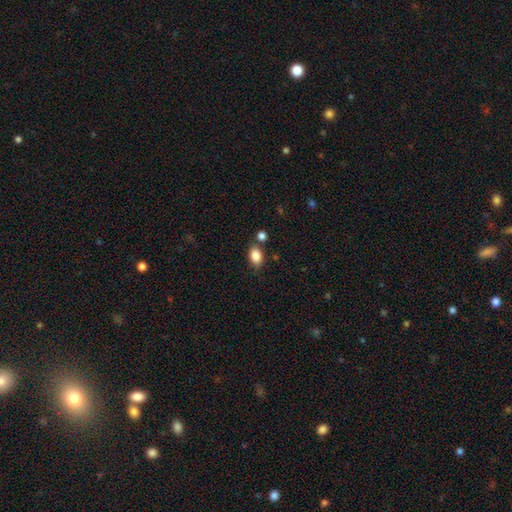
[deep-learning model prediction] The model was most divided on "merging": none: 72%, minor disturbance: 13%, merger: 12%, major disturbance: 3%. More confident: smooth or featured — smooth (86%); how rounded — in between (83%).